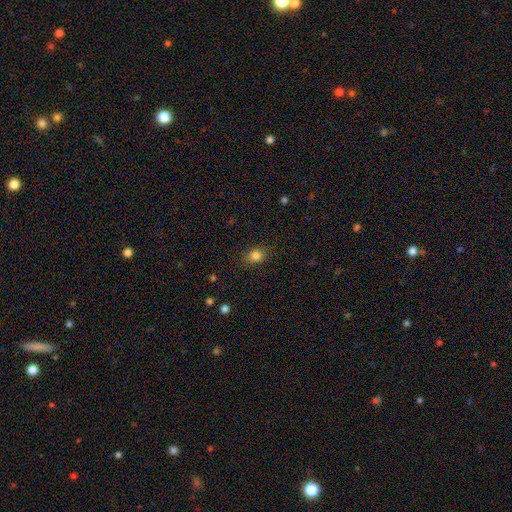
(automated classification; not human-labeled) This is clearly a smooth galaxy (83%). How rounded: possibly in between (53%). Merging: clearly none (85%).